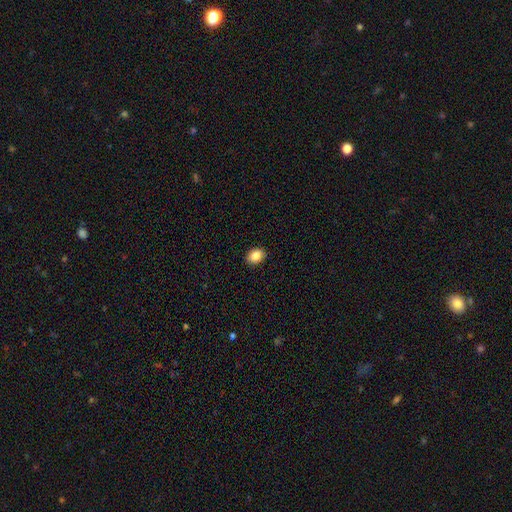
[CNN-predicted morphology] Smooth or featured? Predicted: smooth (p=0.85). How rounded? Predicted: in between (p=0.69). Merging? Predicted: none (p=0.91).